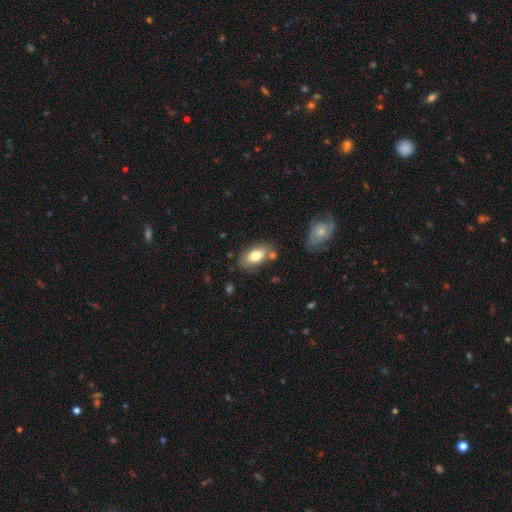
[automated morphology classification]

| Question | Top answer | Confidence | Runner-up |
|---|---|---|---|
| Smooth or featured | smooth | 78% | featured or disk (15%) |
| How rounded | in between | 92% | round (5%) |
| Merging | none | 69% | minor disturbance (17%) |